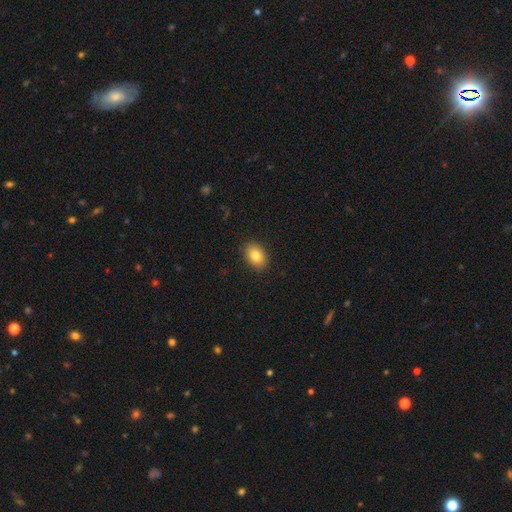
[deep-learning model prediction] This is clearly a smooth galaxy (82%). How rounded: likely in between (78%). Merging: clearly none (89%).